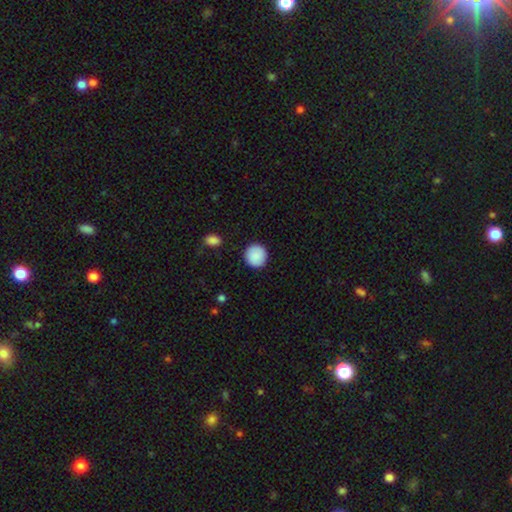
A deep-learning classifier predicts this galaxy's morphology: Smooth or featured: smooth — 89% (star or artifact — 7%)
How rounded: round — 93% (in between — 6%)
Merging: none — 90% (minor disturbance — 7%)